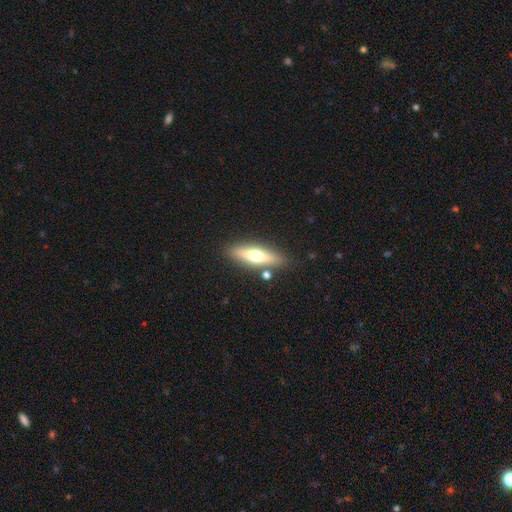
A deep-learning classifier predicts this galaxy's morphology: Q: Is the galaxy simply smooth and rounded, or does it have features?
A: smooth — 50%.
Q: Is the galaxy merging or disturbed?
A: none — 83%.